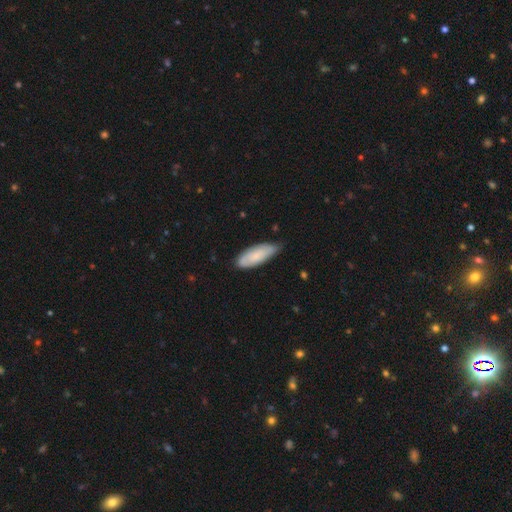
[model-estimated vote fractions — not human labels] Smooth or featured? smooth (74%)
How rounded? in between (71%)
Merging? none (69%)